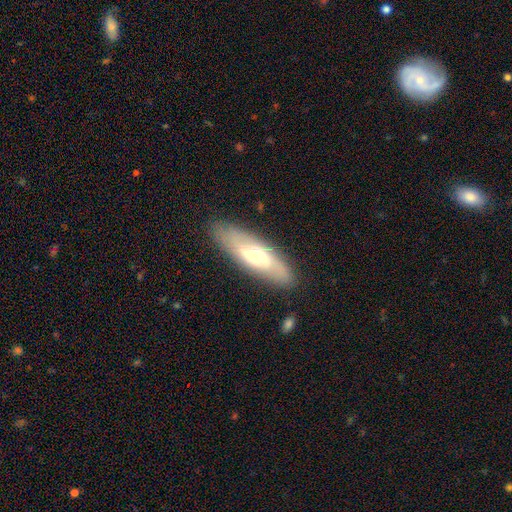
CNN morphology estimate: smooth-or-featured: featured or disk: 54% | smooth: 40% | star or artifact: 6%
  disk-edge-on: no: 72% | yes: 28%
  merging: none: 86% | minor disturbance: 10% | major disturbance: 3% | merger: 1%